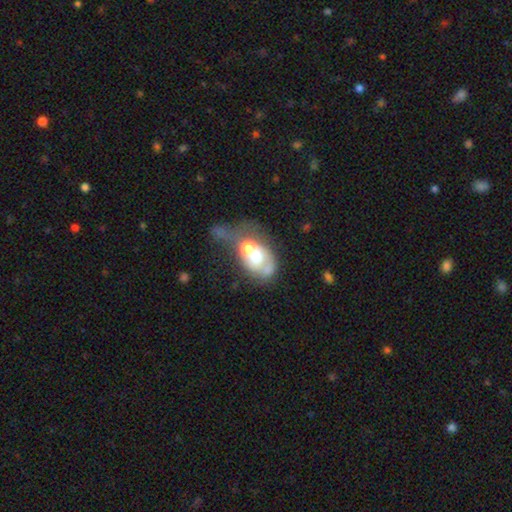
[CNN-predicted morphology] Q: Smooth or featured?
A: featured or disk (47%); runner-up: smooth (43%)
Q: Merging?
A: merger (58%); runner-up: major disturbance (22%)